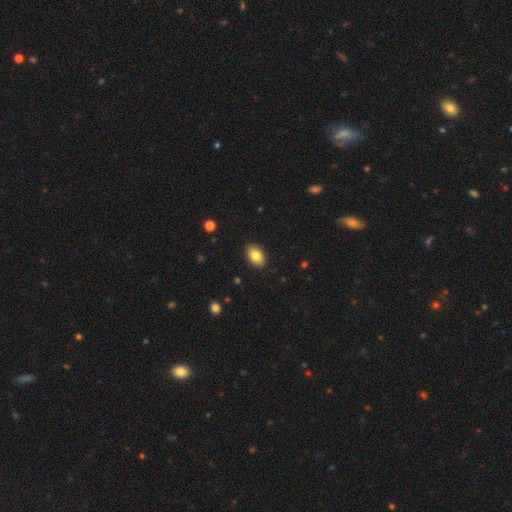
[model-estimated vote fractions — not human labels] A smooth galaxy with no disk features (83%) that is in between round and cigar-shaped (85%).

Vote fractions:
- Smooth or featured? smooth: 83% / featured or disk: 9% / star or artifact: 8%
- How rounded? in between: 85% / round: 14% / cigar-shaped: 1%
- Merging? none: 88% / minor disturbance: 9% / major disturbance: 2% / merger: 1%